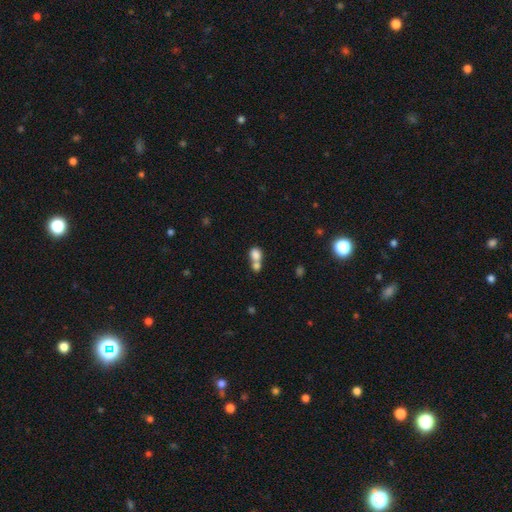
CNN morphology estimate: This appears to be a smooth galaxy with no disk features (80%) that is in between round and cigar-shaped (51%). Merging: merger (65%).